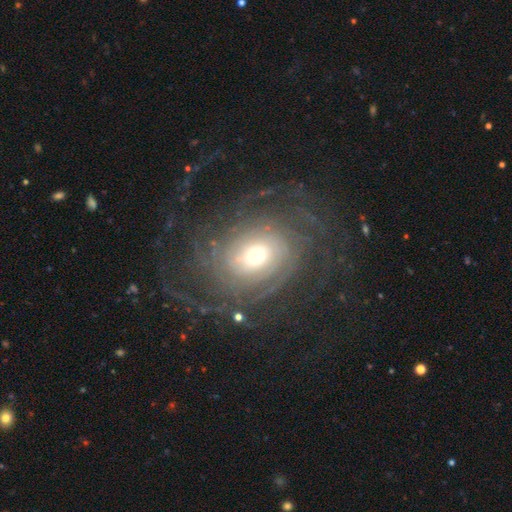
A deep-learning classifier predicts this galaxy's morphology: featured or disk 87%, star or artifact 7%, smooth 6%. Down the decision tree: edge-on disk — no (97%); bar — no (66%); spiral arms — yes (96%); spiral arm count — can't tell (28%); spiral winding — tight (68%); bulge size — moderate (48%); merging — none (74%).